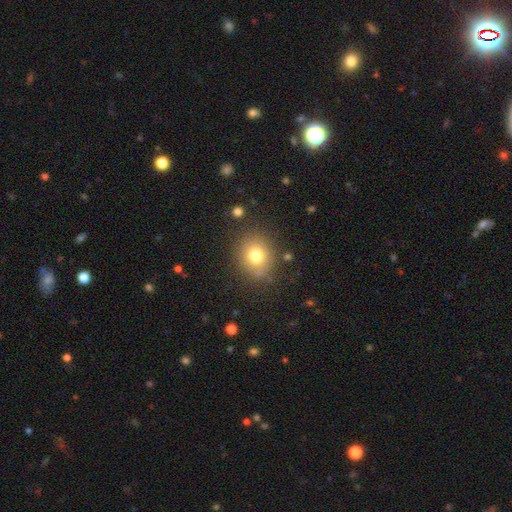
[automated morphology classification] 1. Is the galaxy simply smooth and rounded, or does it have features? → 75% smooth, 13% star or artifact, 12% featured or disk.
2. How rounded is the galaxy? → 73% round, 27% in between, 1% cigar-shaped.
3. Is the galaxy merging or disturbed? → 80% none, 12% minor disturbance, 5% major disturbance, 3% merger.